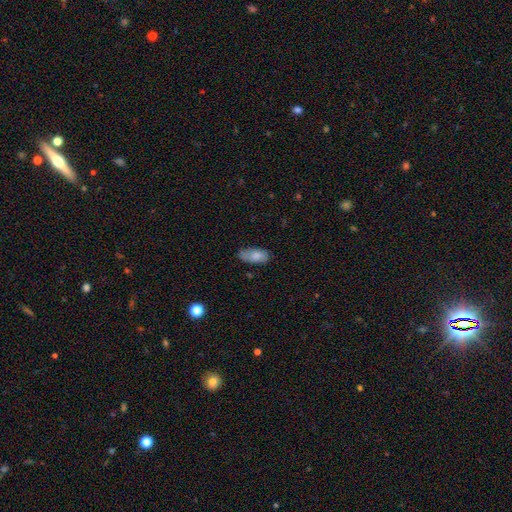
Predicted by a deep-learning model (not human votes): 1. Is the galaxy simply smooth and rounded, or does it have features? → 81% smooth, 12% featured or disk, 7% star or artifact.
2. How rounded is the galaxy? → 89% in between, 8% cigar-shaped, 3% round.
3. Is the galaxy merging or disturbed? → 69% none, 24% minor disturbance, 5% major disturbance, 2% merger.